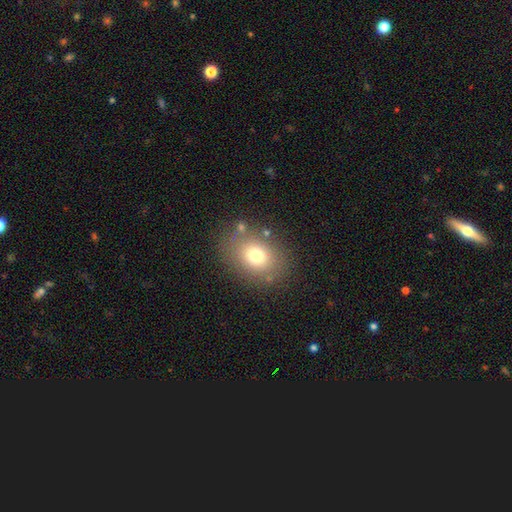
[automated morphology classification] Smooth or featured? smooth (73%)
How rounded? in between (56%)
Merging? none (80%)